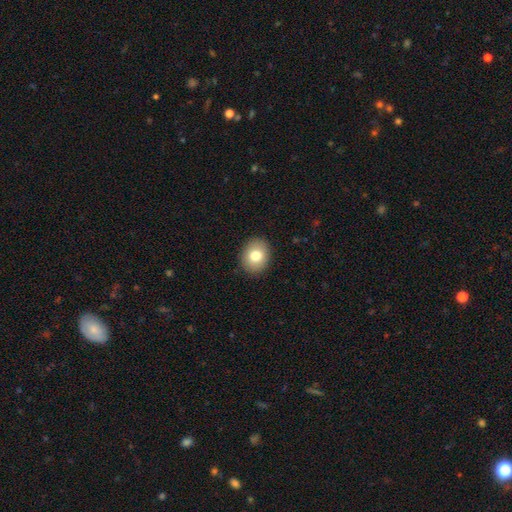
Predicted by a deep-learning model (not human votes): smooth-or-featured: smooth: 80% | featured or disk: 11% | star or artifact: 9%
  how-rounded: round: 56% | in between: 43% | cigar-shaped: 1%
  merging: none: 90% | minor disturbance: 7% | major disturbance: 2% | merger: 1%